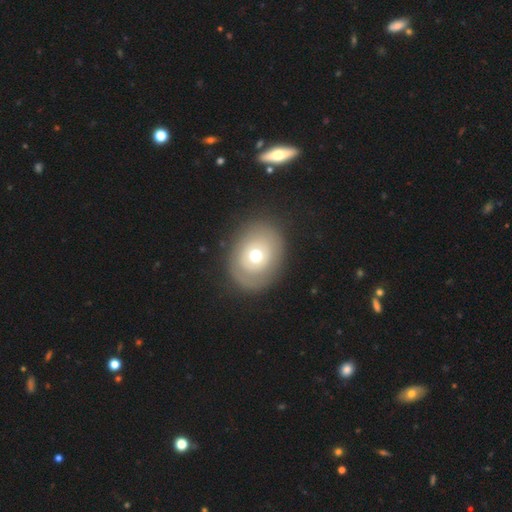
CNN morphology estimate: smooth 50%, featured or disk 43%, star or artifact 7%. Down the decision tree: merging — none (81%).